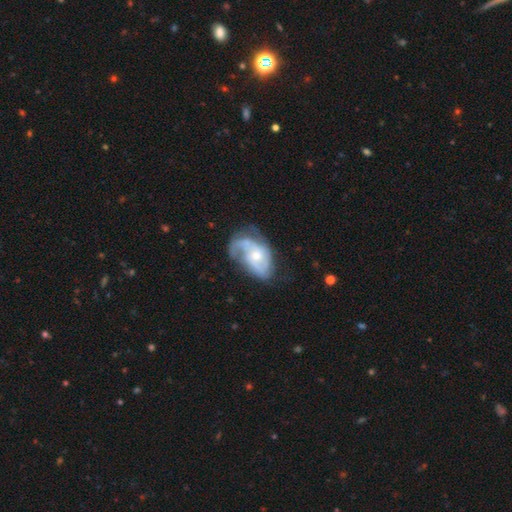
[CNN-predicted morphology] This is likely a featured or disk galaxy (77%). It is clearly not viewed edge-on (97%). Bar: likely no (68%). Spiral arm pattern: clearly yes (87%). Spiral arm count: marginally 2 (43%). Spiral winding: marginally medium (43%). Central bulge: possibly moderate (51%). Merging: marginally none (39%).